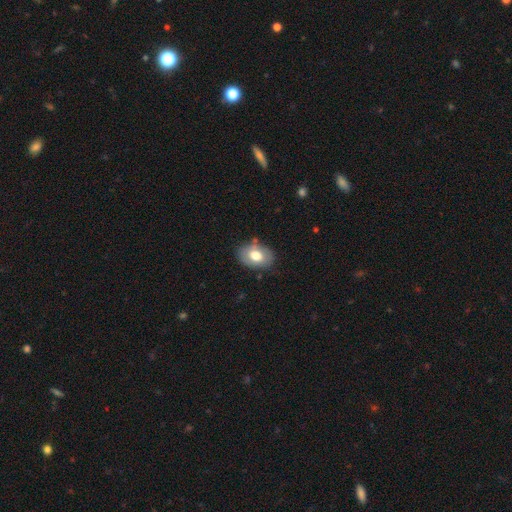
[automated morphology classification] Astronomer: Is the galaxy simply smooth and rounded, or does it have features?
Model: smooth — 69%.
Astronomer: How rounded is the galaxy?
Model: in between — 79%.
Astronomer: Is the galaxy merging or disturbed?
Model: none — 78%.